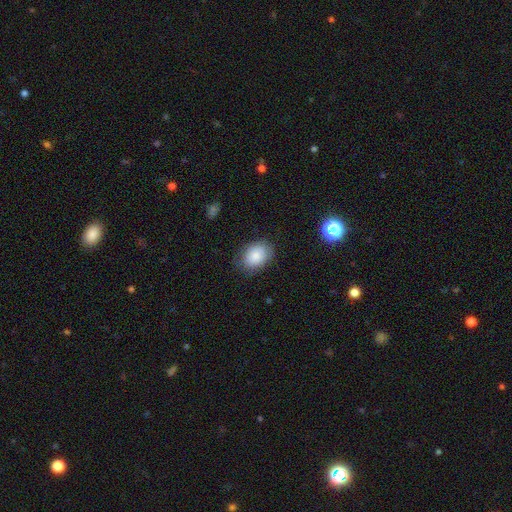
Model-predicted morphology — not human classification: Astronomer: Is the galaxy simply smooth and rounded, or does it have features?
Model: smooth — 82%.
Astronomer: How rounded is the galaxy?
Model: in between — 69%.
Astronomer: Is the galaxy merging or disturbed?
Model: none — 77%.